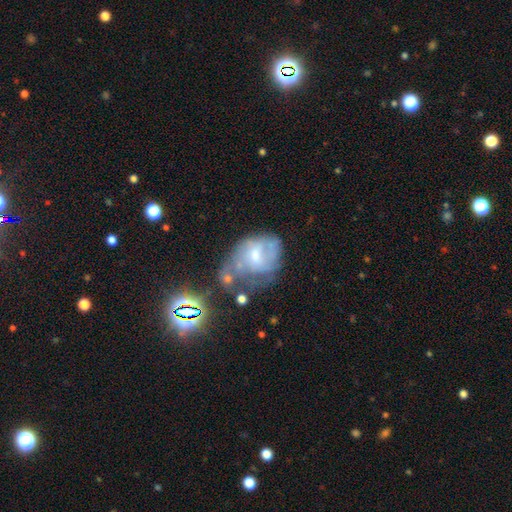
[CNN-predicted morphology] A featured or disk galaxy (57%) with no bar (49%), spiral arms (55%) and a small central bulge (44%).

Vote fractions:
- Smooth or featured? featured or disk: 57% / smooth: 30% / star or artifact: 13%
- Edge-on disk? no: 97% / yes: 3%
- Bar? no: 49% / weak: 43% / strong: 9%
- Spiral arms? yes: 55% / no: 45%
- Bulge size? small: 44% / moderate: 43% / none: 8% / large: 3% / dominant: 1%
- Merging? major disturbance: 29% / none: 26% / minor disturbance: 24% / merger: 21%